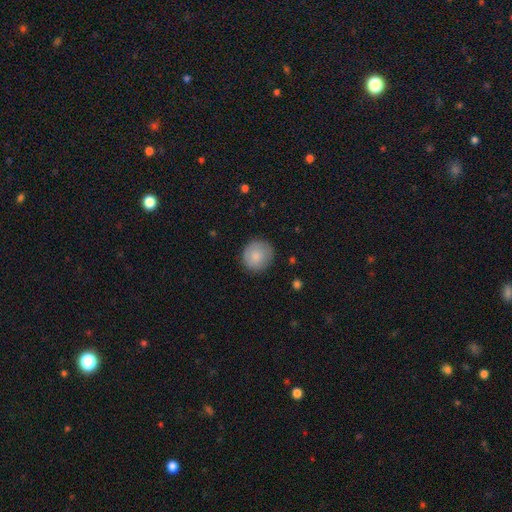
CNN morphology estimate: This appears to be a smooth galaxy with no disk features (84%) that is round (92%). Merging: none (85%).